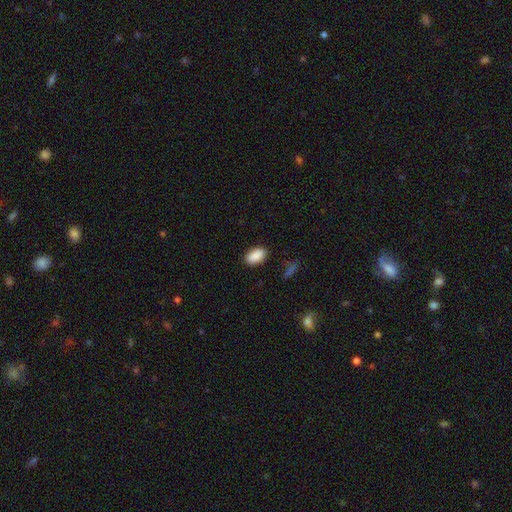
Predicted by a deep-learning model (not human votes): This appears to be a smooth galaxy with no disk features (90%) that is in between round and cigar-shaped (92%). Merging: none (86%).